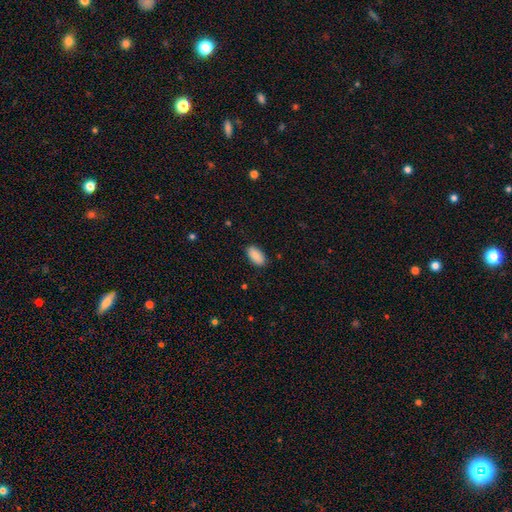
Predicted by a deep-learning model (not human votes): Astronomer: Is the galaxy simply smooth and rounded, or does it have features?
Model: smooth — 90%.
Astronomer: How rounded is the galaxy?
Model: in between — 94%.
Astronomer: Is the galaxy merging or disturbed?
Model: none — 88%.